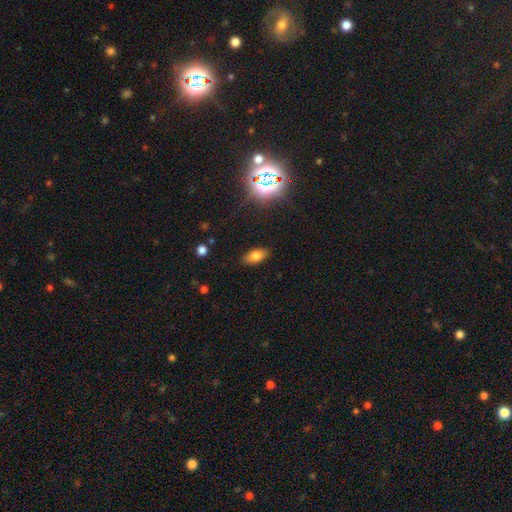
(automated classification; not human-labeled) This appears to be a smooth galaxy with no disk features (74%) that is in between round and cigar-shaped (89%). Merging: none (86%).